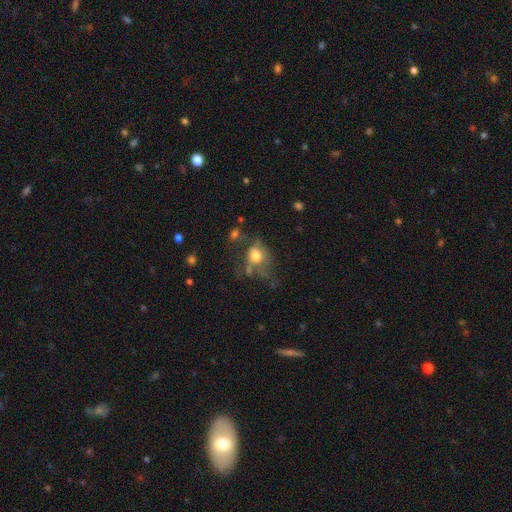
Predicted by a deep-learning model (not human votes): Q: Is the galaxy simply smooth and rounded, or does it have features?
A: smooth — 64%.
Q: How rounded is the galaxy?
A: round — 52%.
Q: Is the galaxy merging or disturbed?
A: none — 36%.